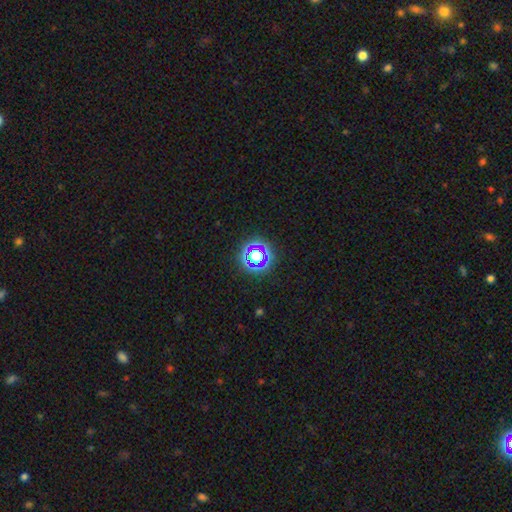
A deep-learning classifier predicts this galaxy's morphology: Overall: star or artifact (58%; smooth 28%).